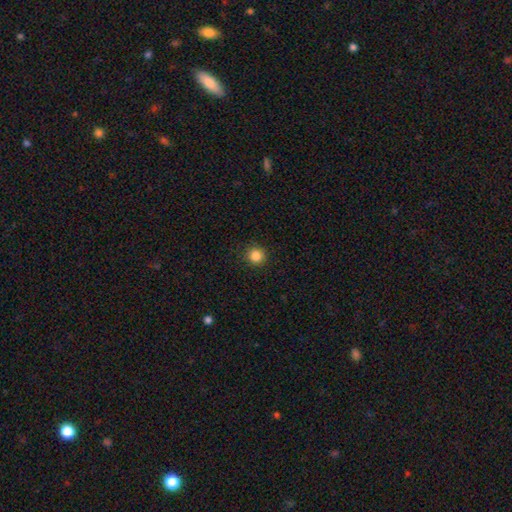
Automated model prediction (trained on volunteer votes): A smooth galaxy with no disk features (85%) that is round (94%). Merging: none (91%).